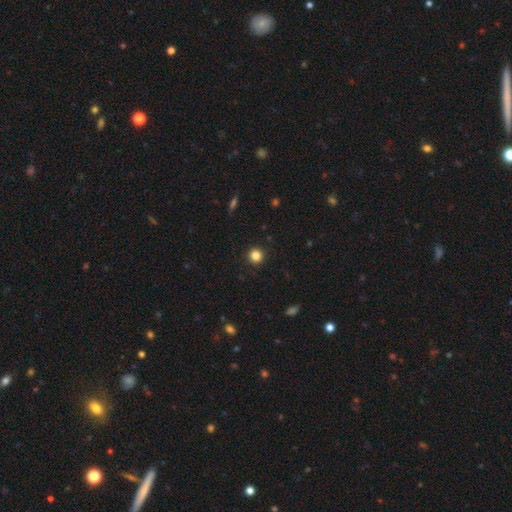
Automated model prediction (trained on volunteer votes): Smooth or featured? Predicted: smooth (p=0.83). How rounded? Predicted: round (p=0.94). Merging? Predicted: none (p=0.92).